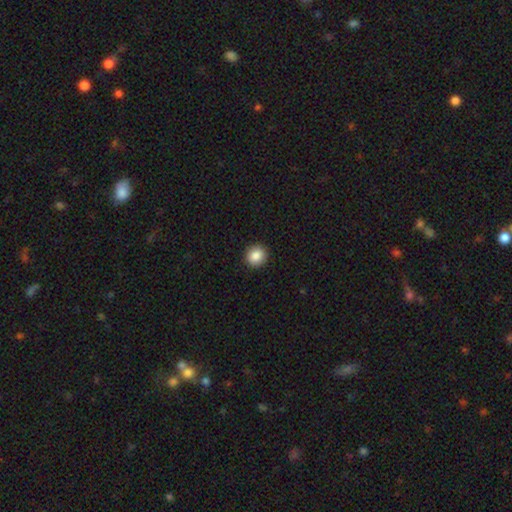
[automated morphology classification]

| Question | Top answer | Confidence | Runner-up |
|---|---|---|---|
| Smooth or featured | smooth | 87% | star or artifact (9%) |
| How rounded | round | 88% | in between (11%) |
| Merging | none | 92% | minor disturbance (5%) |